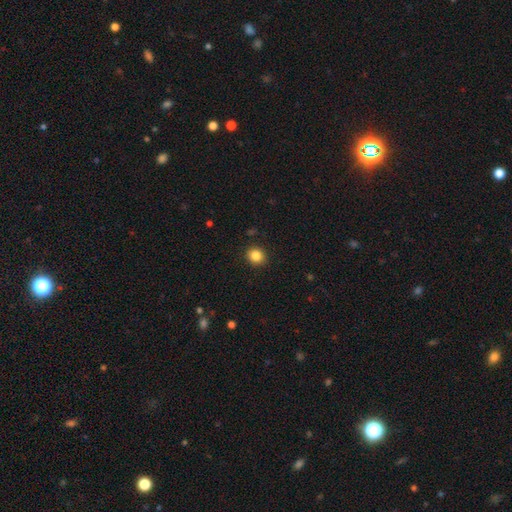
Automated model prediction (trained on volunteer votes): A smooth galaxy with no disk features (85%) that is round (82%). Merging: none (92%).